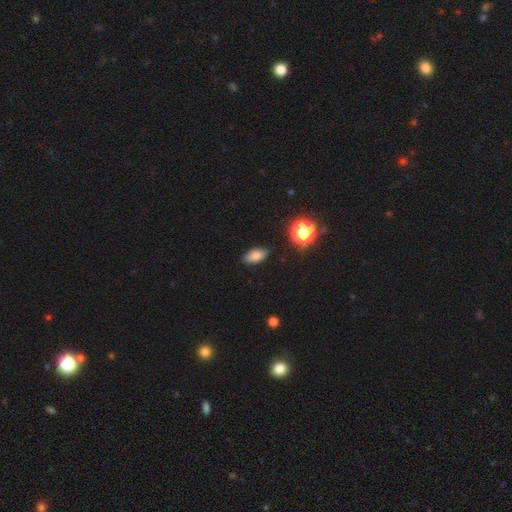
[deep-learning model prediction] smooth 79%, star or artifact 11%, featured or disk 9%. Down the decision tree: how rounded — in between (86%); merging — none (85%).